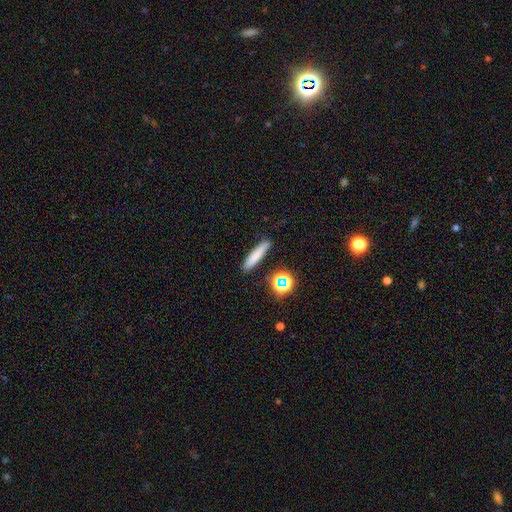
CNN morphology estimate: A smooth galaxy with no disk features (74%) that is cigar-shaped (88%).

Vote fractions:
- Smooth or featured? smooth: 74% / featured or disk: 15% / star or artifact: 11%
- How rounded? cigar-shaped: 88% / in between: 9% / round: 3%
- Merging? none: 87% / minor disturbance: 8% / merger: 2% / major disturbance: 2%